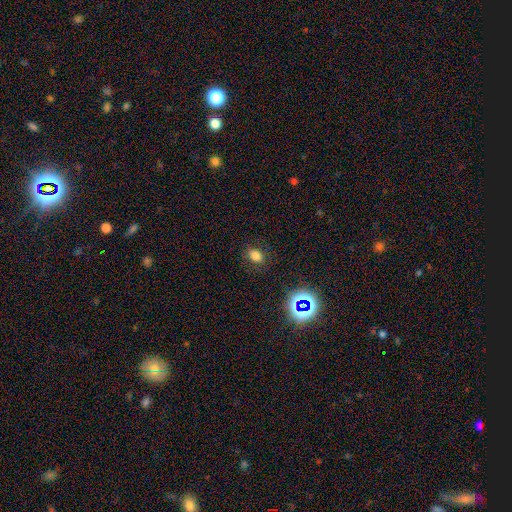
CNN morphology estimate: smooth 74%, star or artifact 19%, featured or disk 7%. Down the decision tree: how rounded — in between (67%); merging — none (82%).